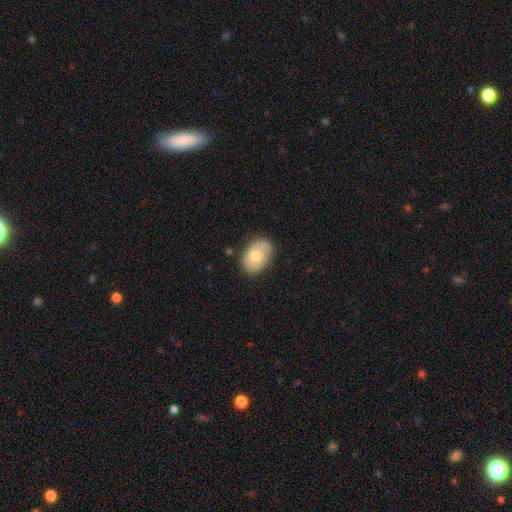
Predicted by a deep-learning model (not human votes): Smooth or featured? Predicted: smooth (p=0.58). How rounded? Predicted: in between (p=0.82). Merging? Predicted: none (p=0.77).